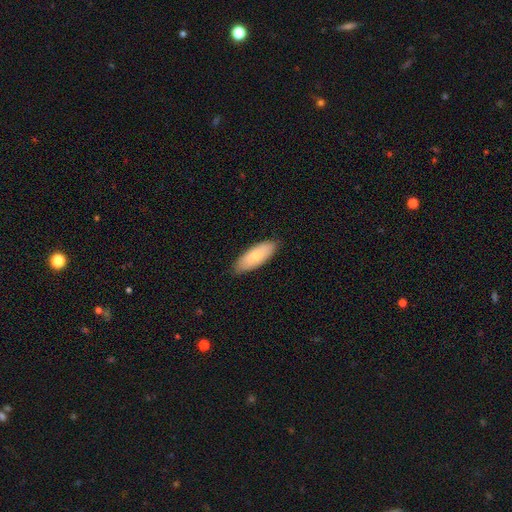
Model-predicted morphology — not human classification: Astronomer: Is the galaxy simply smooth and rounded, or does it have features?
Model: smooth — 71%.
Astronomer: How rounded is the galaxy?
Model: in between — 77%.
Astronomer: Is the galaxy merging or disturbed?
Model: none — 85%.